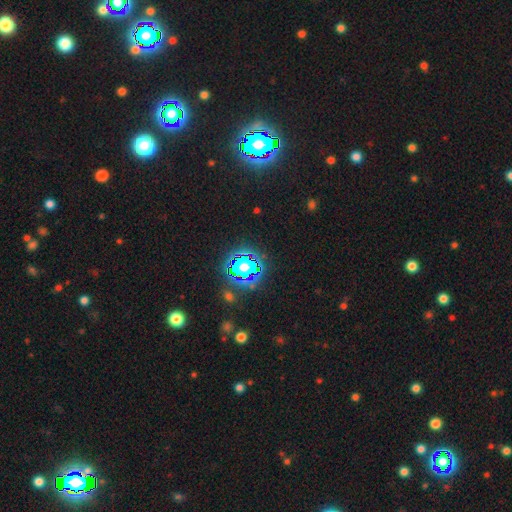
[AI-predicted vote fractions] smooth-or-featured: star or artifact: 82% | smooth: 11% | featured or disk: 7%